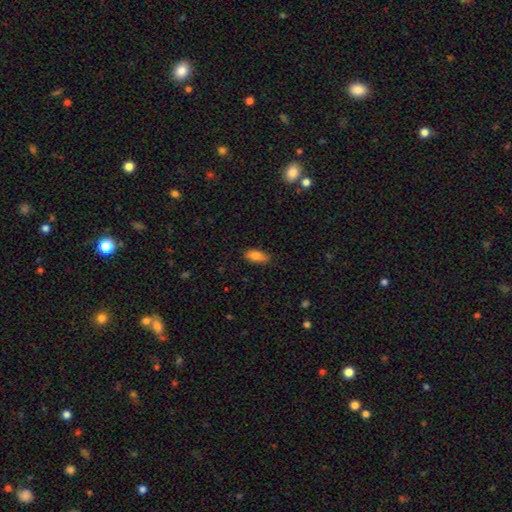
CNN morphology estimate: A smooth galaxy with no disk features (85%) that is in between round and cigar-shaped (86%).

Vote fractions:
- Smooth or featured? smooth: 85% / featured or disk: 8% / star or artifact: 7%
- How rounded? in between: 86% / cigar-shaped: 11% / round: 3%
- Merging? none: 76% / minor disturbance: 19% / major disturbance: 3% / merger: 1%